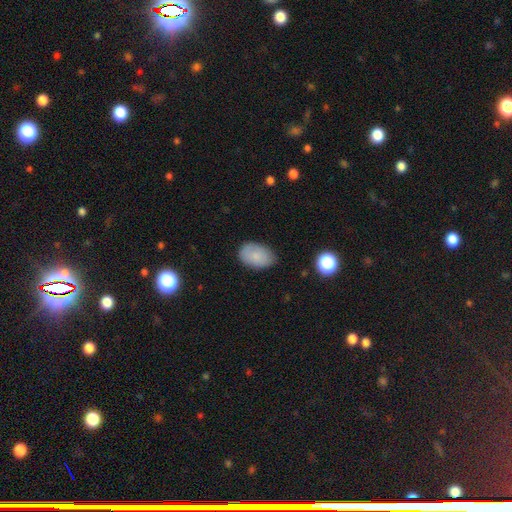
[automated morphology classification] Smooth or featured: smooth — 83% (featured or disk — 9%)
How rounded: in between — 89% (round — 10%)
Merging: none — 78% (minor disturbance — 17%)